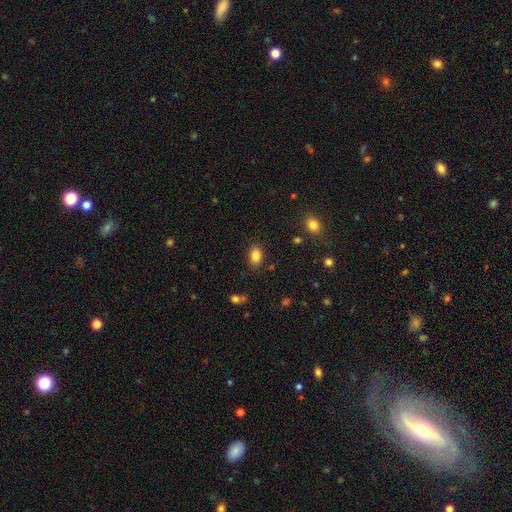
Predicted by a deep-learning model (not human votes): Smooth or featured? smooth (85%)
How rounded? in between (76%)
Merging? none (86%)